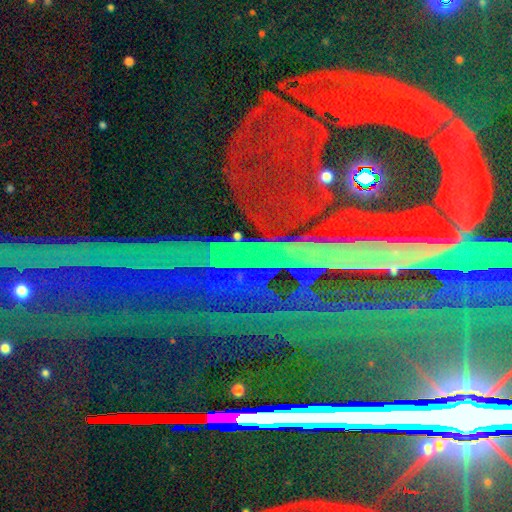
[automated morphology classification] Smooth or featured: star or artifact — 81% (featured or disk — 13%)